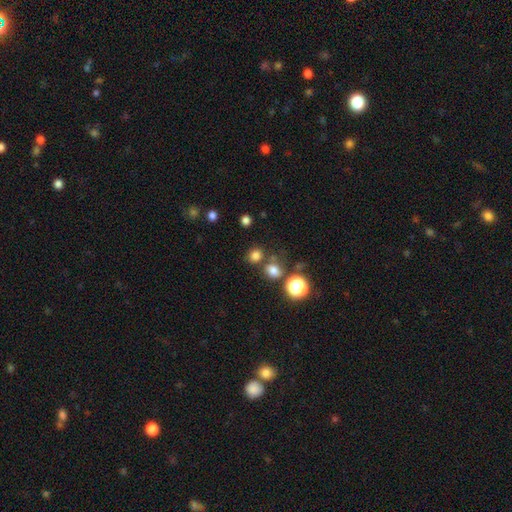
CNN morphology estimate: type=smooth (74%); roundness=round (76%); merging=none (69%).